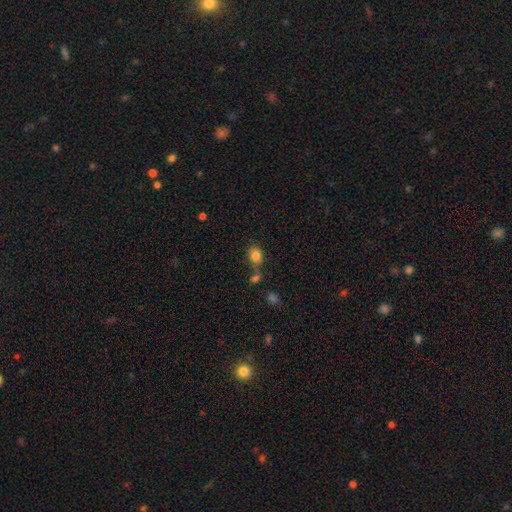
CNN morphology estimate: This appears to be a smooth galaxy with no disk features (83%) that is in between round and cigar-shaped (54%). Merging: none (59%).